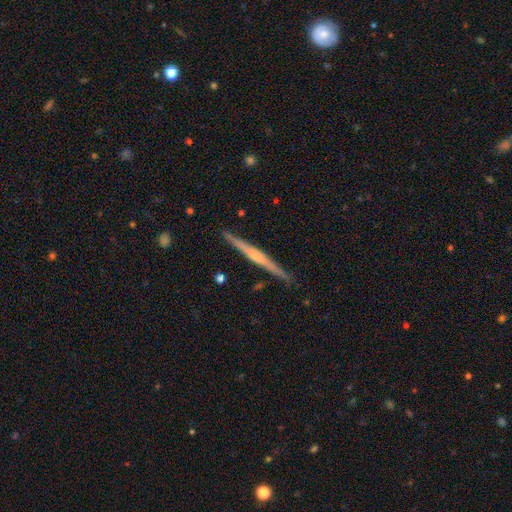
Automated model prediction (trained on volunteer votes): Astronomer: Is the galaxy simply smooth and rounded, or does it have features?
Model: featured or disk — 68%.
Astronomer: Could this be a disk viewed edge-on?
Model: yes — 98%.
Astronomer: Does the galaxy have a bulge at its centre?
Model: rounded — 52% (runner-up: none, 36%).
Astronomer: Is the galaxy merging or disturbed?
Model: none — 90%.